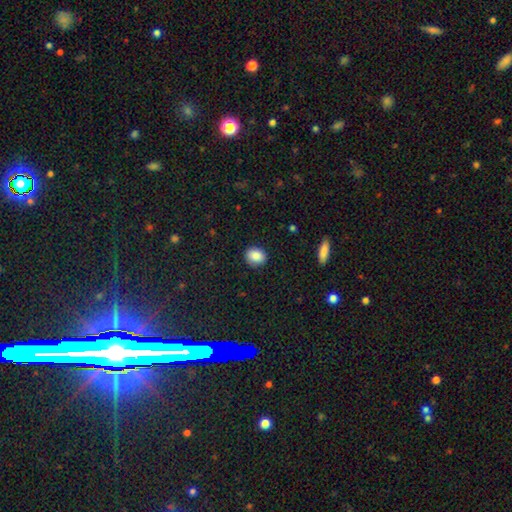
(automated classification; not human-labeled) Smooth or featured? smooth (88%)
How rounded? round (53%)
Merging? none (87%)